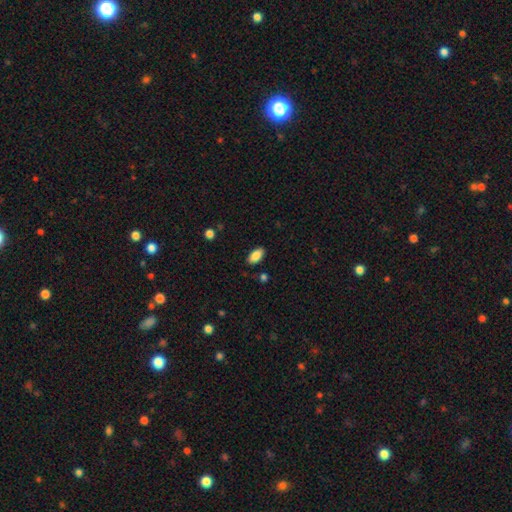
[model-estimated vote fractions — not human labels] Overall: smooth (87%). How rounded: in between (93%). Merging: none (85%).